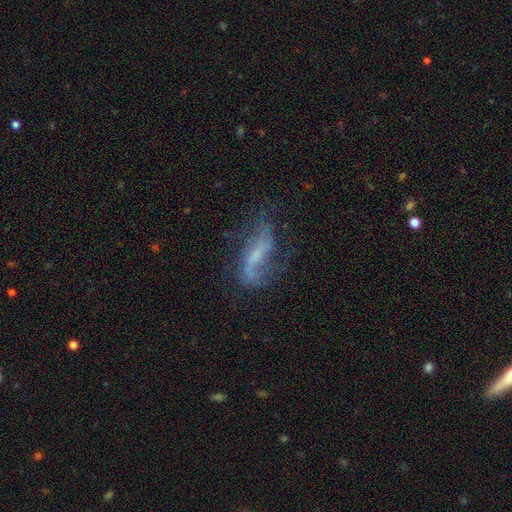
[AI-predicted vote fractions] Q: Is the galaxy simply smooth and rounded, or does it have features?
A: featured or disk — 70%.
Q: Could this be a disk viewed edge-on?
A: no — 89%.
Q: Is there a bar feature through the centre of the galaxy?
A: weak — 39%.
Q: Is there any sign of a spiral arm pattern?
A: yes — 82%.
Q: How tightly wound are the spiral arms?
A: loose — 67%.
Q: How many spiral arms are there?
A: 2 — 64%.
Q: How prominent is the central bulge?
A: small — 51%.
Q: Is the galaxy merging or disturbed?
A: none — 48%.